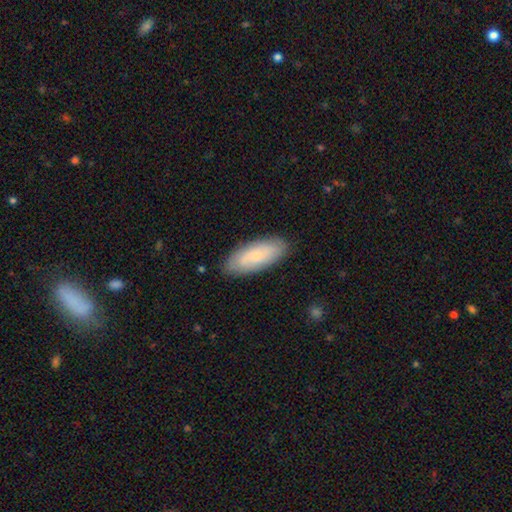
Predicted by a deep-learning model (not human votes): smooth 71%, featured or disk 22%, star or artifact 7%. Down the decision tree: how rounded — in between (80%); merging — none (84%).